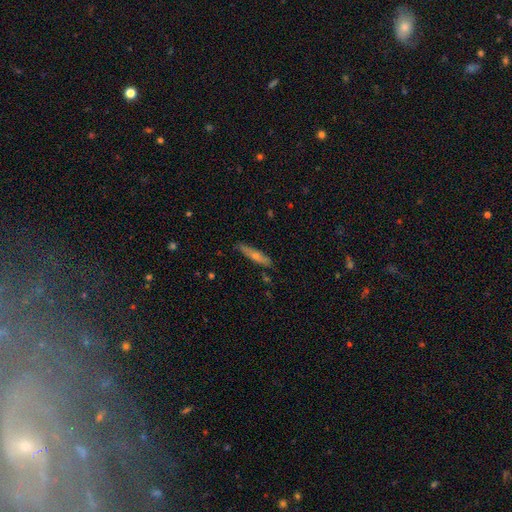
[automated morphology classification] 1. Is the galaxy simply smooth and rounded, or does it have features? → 53% featured or disk, 40% smooth, 7% star or artifact.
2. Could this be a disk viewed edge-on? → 87% yes, 13% no.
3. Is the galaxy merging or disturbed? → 84% none, 12% minor disturbance, 2% major disturbance, 2% merger.